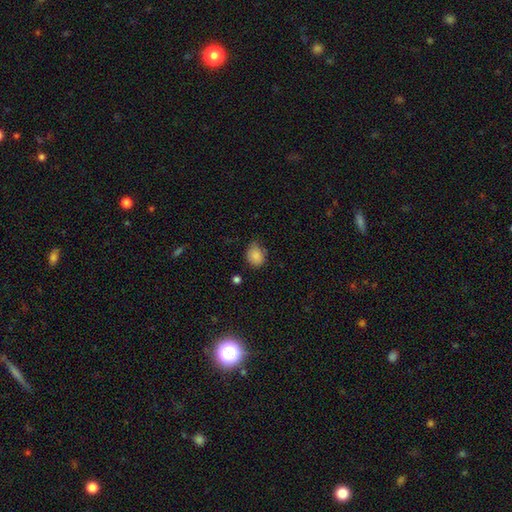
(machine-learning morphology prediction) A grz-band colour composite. It shows a smooth galaxy with no disk features (85%) that is round (50%). Merging: none (62%).